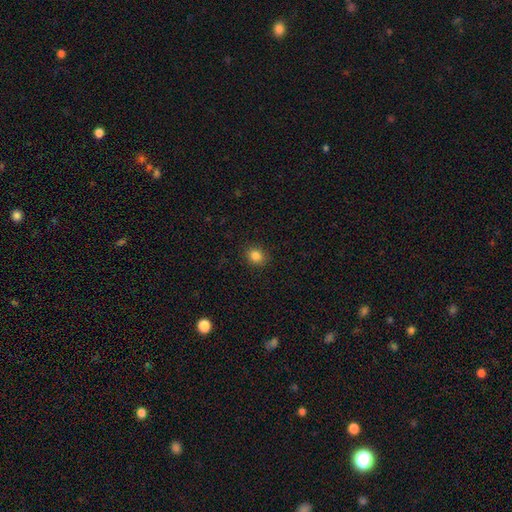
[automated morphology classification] Smooth or featured?
  - smooth: 83% *
  - star or artifact: 12%
  - featured or disk: 5%
How rounded?
  - round: 72% *
  - in between: 27%
  - cigar-shaped: 1%
Merging?
  - none: 90% *
  - minor disturbance: 7%
  - major disturbance: 2%
  - merger: 1%